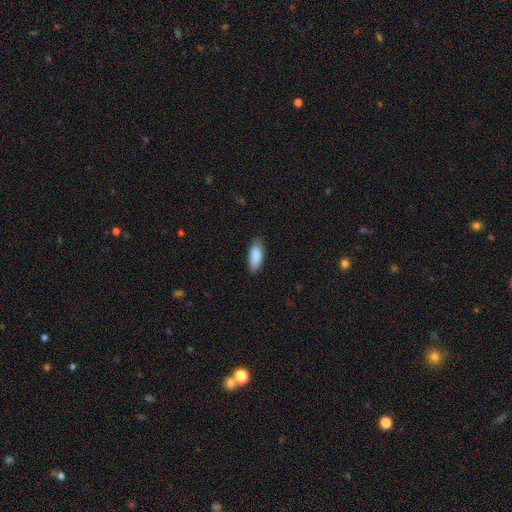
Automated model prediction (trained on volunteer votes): Smooth or featured: smooth — 89% (star or artifact — 6%)
How rounded: in between — 78% (cigar-shaped — 20%)
Merging: none — 83% (minor disturbance — 13%)